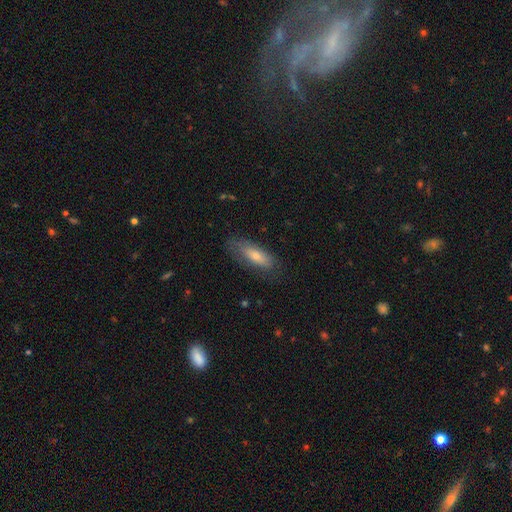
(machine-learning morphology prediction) Q: Smooth or featured?
A: smooth (62%); runner-up: featured or disk (30%)
Q: How rounded?
A: in between (59%); runner-up: cigar-shaped (39%)
Q: Merging?
A: none (74%); runner-up: minor disturbance (19%)